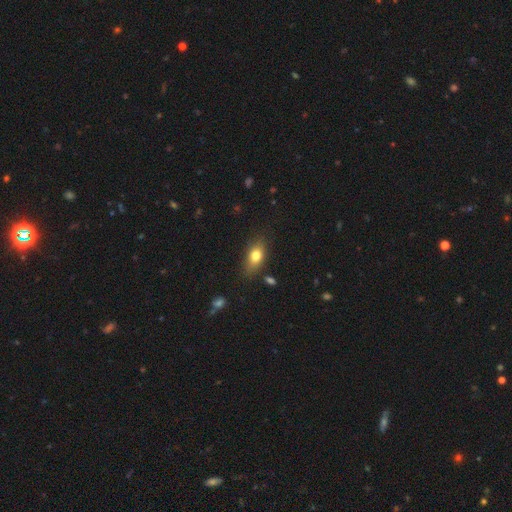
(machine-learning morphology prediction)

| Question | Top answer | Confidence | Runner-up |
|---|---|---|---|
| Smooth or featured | smooth | 77% | featured or disk (14%) |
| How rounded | in between | 81% | round (12%) |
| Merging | none | 76% | minor disturbance (17%) |